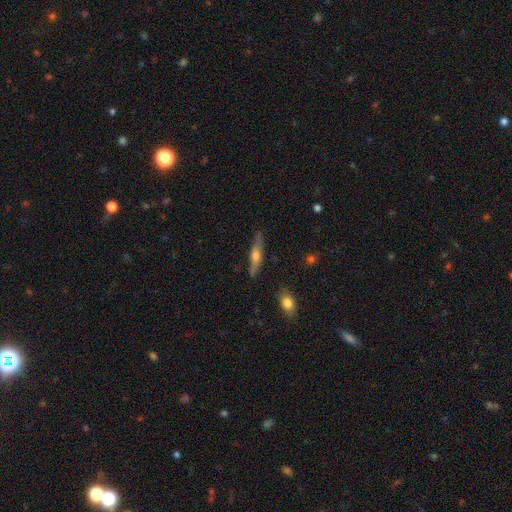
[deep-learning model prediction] featured or disk 54%, smooth 39%, star or artifact 7%. Down the decision tree: edge-on disk — yes (91%); merging — none (83%).